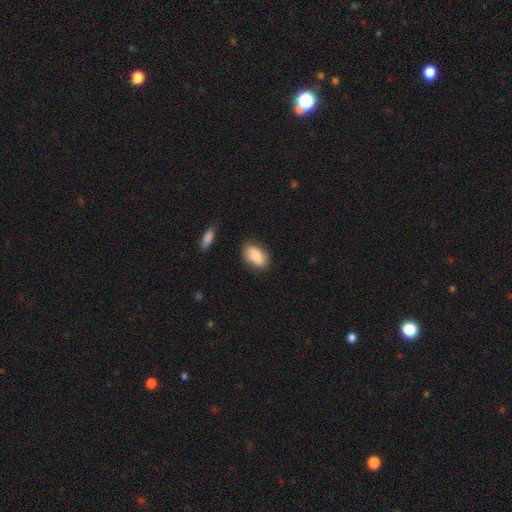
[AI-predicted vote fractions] A smooth galaxy with no disk features (77%) that is in between round and cigar-shaped (90%).

Vote fractions:
- Smooth or featured? smooth: 77% / featured or disk: 17% / star or artifact: 6%
- How rounded? in between: 90% / round: 7% / cigar-shaped: 4%
- Merging? none: 80% / minor disturbance: 15% / major disturbance: 3% / merger: 2%